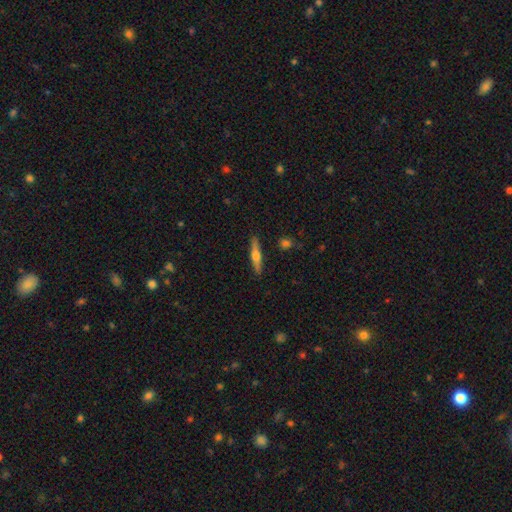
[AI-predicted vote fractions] Smooth or featured?
  - featured or disk: 56% *
  - smooth: 38%
  - star or artifact: 6%
Edge-on disk?
  - yes: 96% *
  - no: 4%
Edge-on bulge?
  - rounded: 89% *
  - boxy: 6%
  - none: 5%
Merging?
  - none: 89% *
  - minor disturbance: 8%
  - major disturbance: 2%
  - merger: 2%